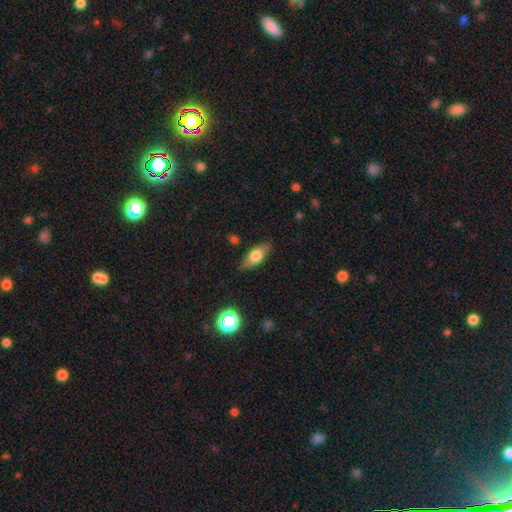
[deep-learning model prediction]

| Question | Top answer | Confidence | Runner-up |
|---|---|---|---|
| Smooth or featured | smooth | 62% | featured or disk (30%) |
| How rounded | in between | 74% | cigar-shaped (21%) |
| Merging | none | 83% | minor disturbance (13%) |